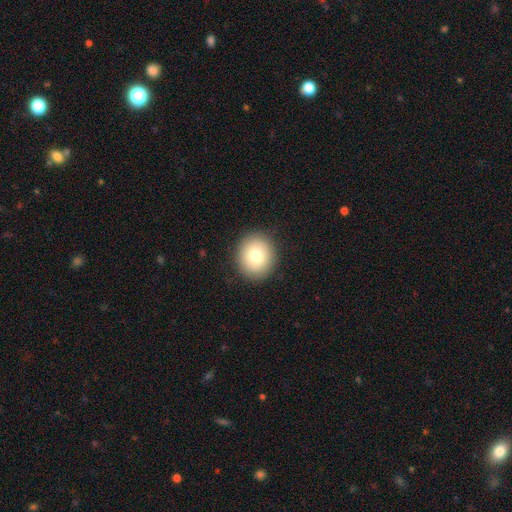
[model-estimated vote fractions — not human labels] Smooth or featured? smooth (77%)
How rounded? round (84%)
Merging? none (89%)